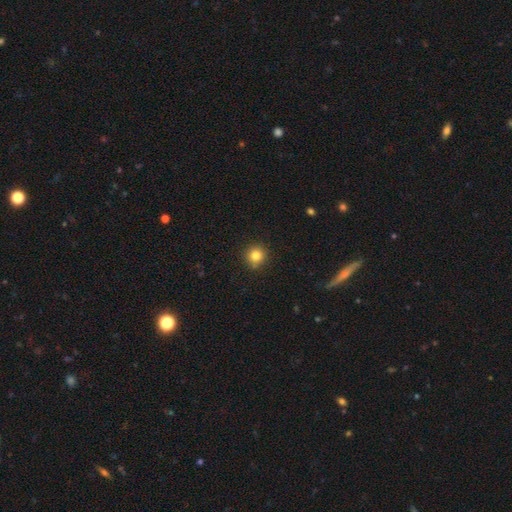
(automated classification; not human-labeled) This appears to be a smooth galaxy with no disk features (82%) that is round (94%). Merging: none (90%).